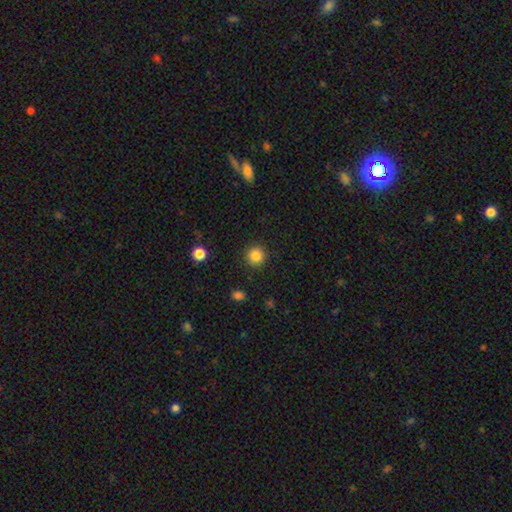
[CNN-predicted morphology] Smooth or featured? smooth (84%)
How rounded? round (94%)
Merging? none (91%)